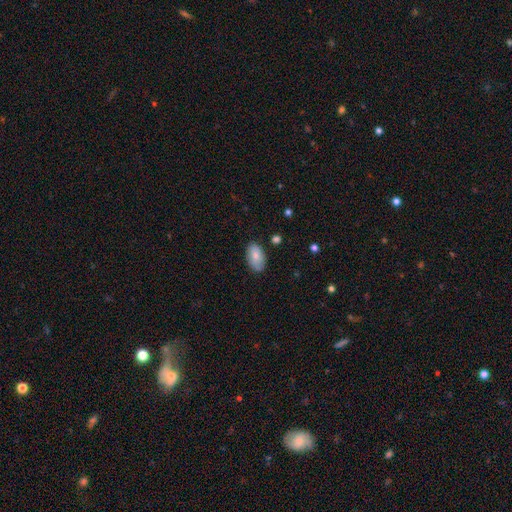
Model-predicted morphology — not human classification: This is clearly a smooth galaxy (80%). How rounded: clearly in between (94%). Merging: clearly none (80%).